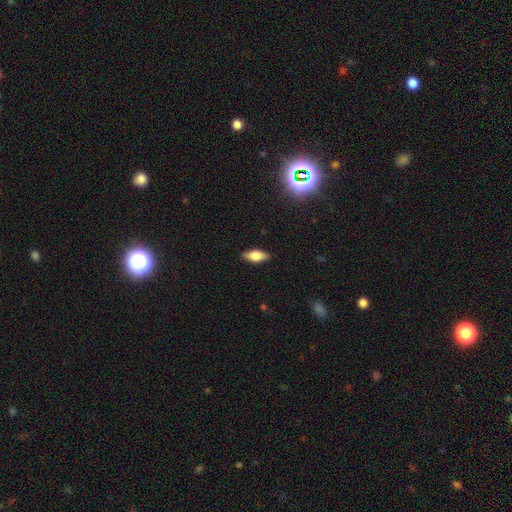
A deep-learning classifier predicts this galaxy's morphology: Smooth or featured? Predicted: smooth (p=0.65). How rounded? Predicted: in between (p=0.78). Merging? Predicted: none (p=0.87).